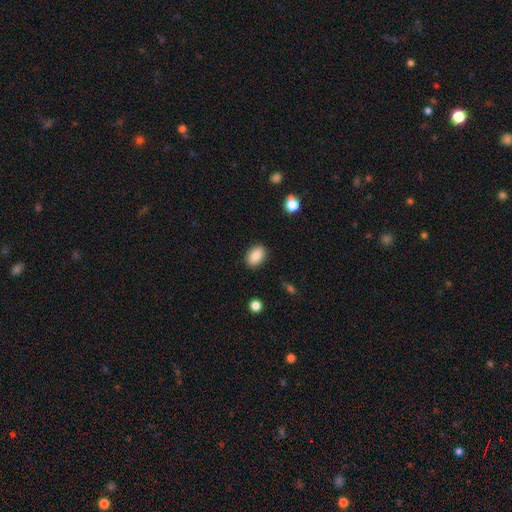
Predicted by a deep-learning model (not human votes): Smooth or featured?
  - smooth: 85% *
  - star or artifact: 8%
  - featured or disk: 7%
How rounded?
  - in between: 85% *
  - round: 13%
  - cigar-shaped: 2%
Merging?
  - none: 88% *
  - minor disturbance: 8%
  - major disturbance: 2%
  - merger: 1%